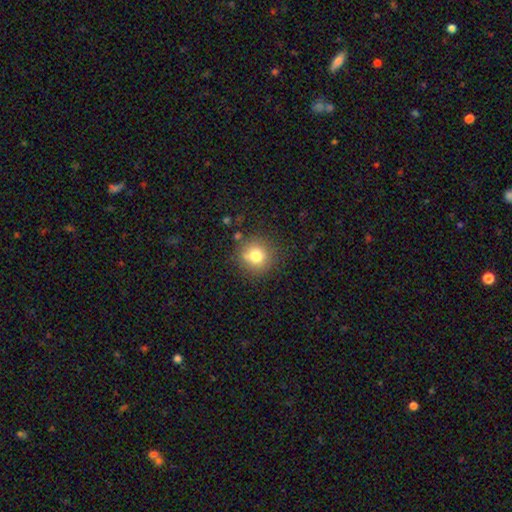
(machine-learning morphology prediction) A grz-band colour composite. It shows a smooth galaxy with no disk features (77%) that is round (92%). Merging: none (81%).